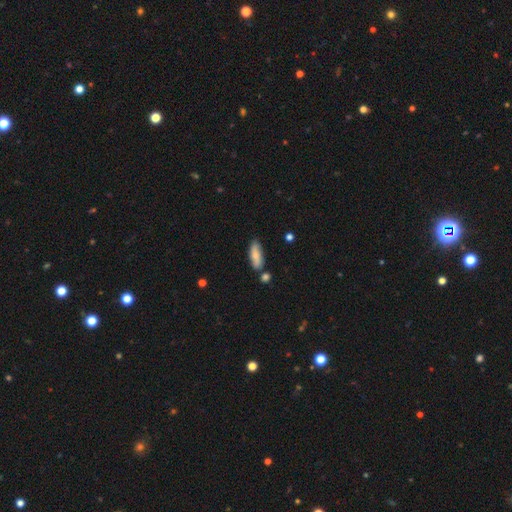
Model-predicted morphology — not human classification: This is likely a smooth galaxy (76%). How rounded: likely in between (61%). Merging: likely none (74%).